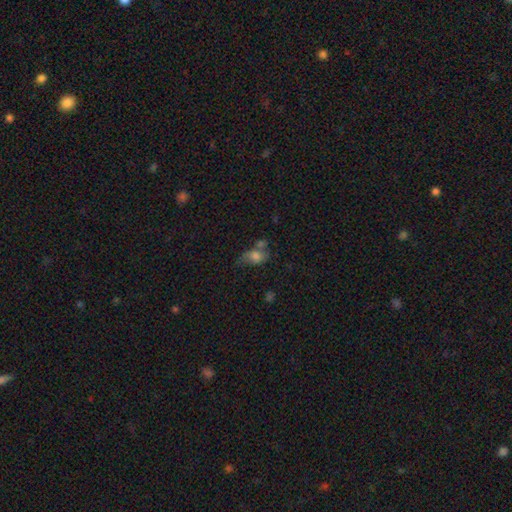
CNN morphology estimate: This is likely a smooth galaxy (67%). How rounded: likely in between (73%). Merging: marginally merger (31%).